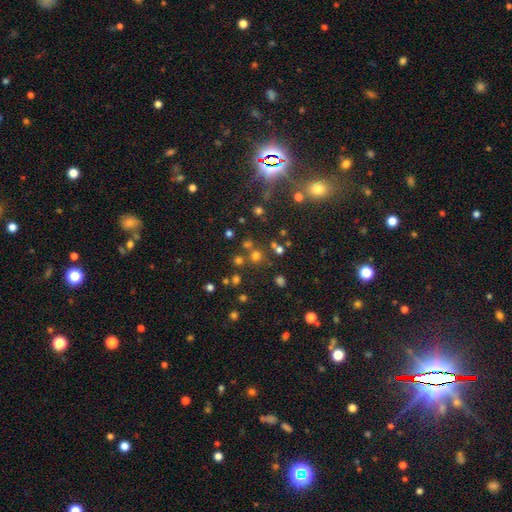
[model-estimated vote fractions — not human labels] The model was most divided on "smooth or featured": smooth: 49%, star or artifact: 43%, featured or disk: 9%. More confident: merging — none (75%).